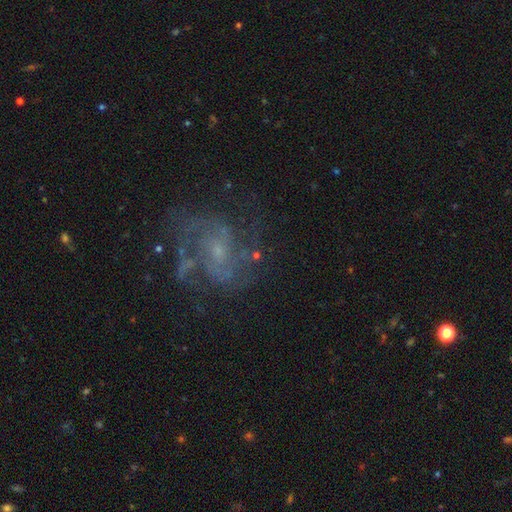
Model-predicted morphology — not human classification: smooth_or_featured: featured or disk (p=0.79) [alt: star or artifact p=0.11]
disk_edge_on: no (p=0.98) [alt: yes p=0.02]
bar: no (p=0.62) [alt: weak p=0.33]
has_spiral_arms: yes (p=0.90) [alt: no p=0.10]
spiral_winding: medium (p=0.49) [alt: tight p=0.30]
spiral_arm_count: 2 (p=0.37) [alt: can't tell p=0.25]
bulge_size: small (p=0.65) [alt: moderate p=0.24]
merging: none (p=0.58) [alt: major disturbance p=0.19]